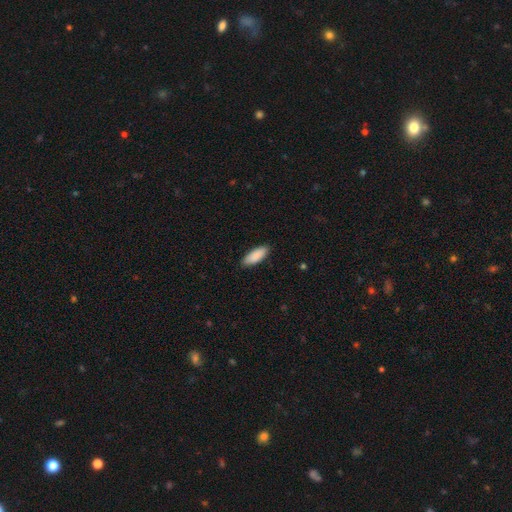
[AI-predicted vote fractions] Morphology: type=smooth (90%); roundness=in between (73%); merging=none (88%).